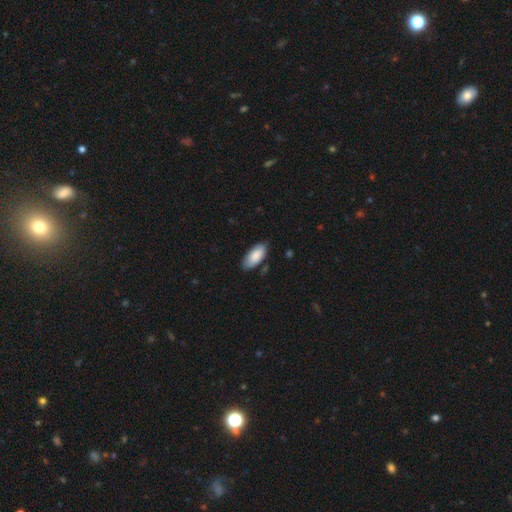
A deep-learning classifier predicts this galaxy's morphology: smooth_or_featured: smooth (p=0.86) [alt: featured or disk p=0.09]
how_rounded: in between (p=0.91) [alt: cigar-shaped p=0.07]
merging: none (p=0.79) [alt: minor disturbance p=0.17]